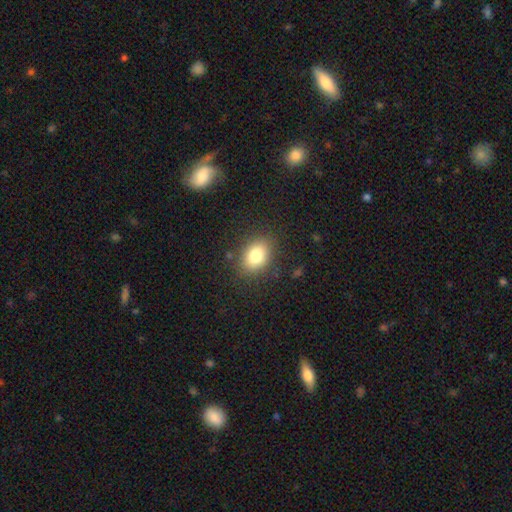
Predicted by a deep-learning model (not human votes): smooth 81%, star or artifact 10%, featured or disk 10%. Down the decision tree: how rounded — in between (73%); merging — none (84%).